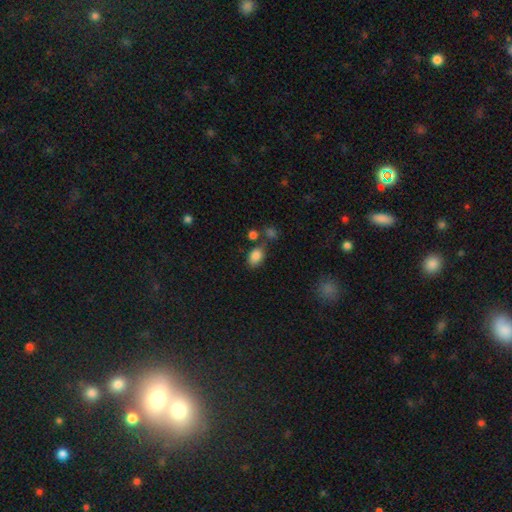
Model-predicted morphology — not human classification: Q: Smooth or featured?
A: smooth (85%); runner-up: star or artifact (9%)
Q: How rounded?
A: in between (83%); runner-up: round (16%)
Q: Merging?
A: none (65%); runner-up: minor disturbance (17%)